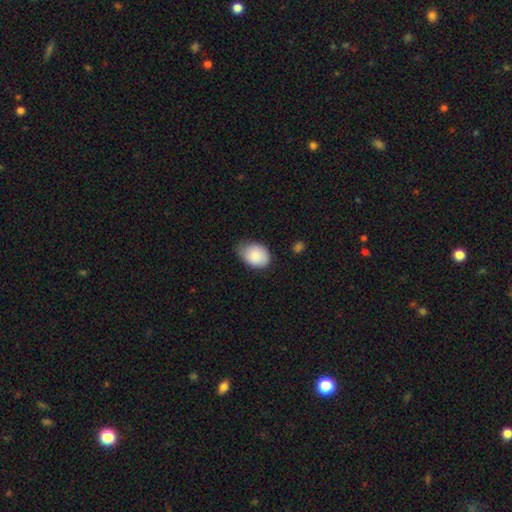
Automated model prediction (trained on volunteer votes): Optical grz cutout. It shows a smooth galaxy with no disk features (87%) that is in between round and cigar-shaped (73%). Merging: none (57%).